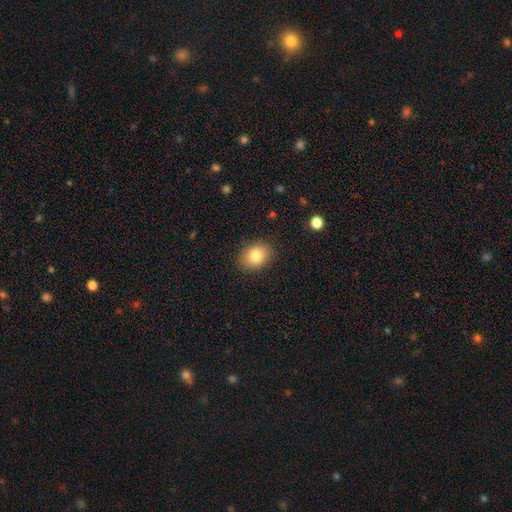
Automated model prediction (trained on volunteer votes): Q: Smooth or featured?
A: smooth (81%); runner-up: featured or disk (10%)
Q: How rounded?
A: in between (61%); runner-up: round (38%)
Q: Merging?
A: none (87%); runner-up: minor disturbance (9%)